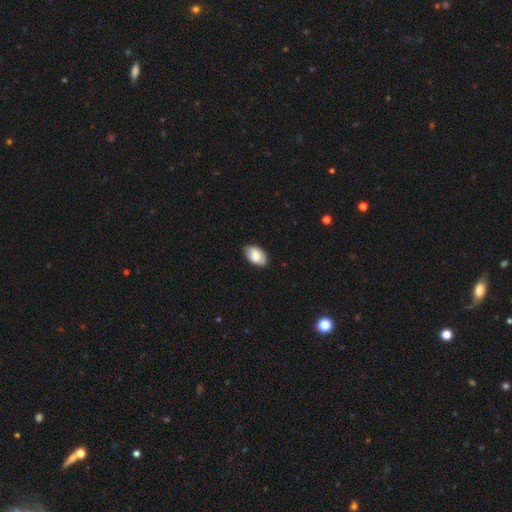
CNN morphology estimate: Overall: smooth (80%). How rounded: in between (93%). Merging: none (78%).